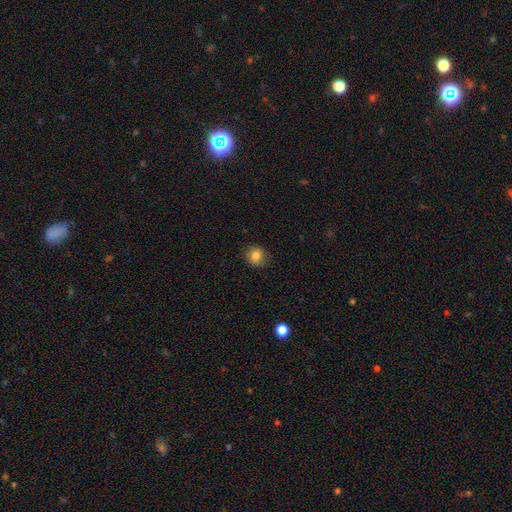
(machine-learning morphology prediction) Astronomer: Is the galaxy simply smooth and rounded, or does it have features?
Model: smooth — 82%.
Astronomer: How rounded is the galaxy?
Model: round — 78%.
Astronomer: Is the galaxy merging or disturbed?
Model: none — 81%.